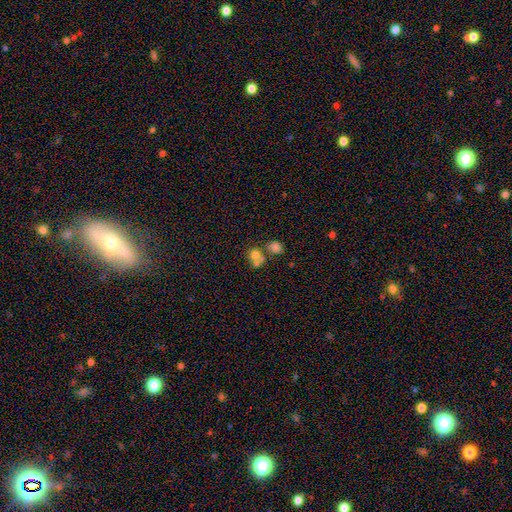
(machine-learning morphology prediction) type=smooth (68%); roundness=round (75%); merging=merger (51%).